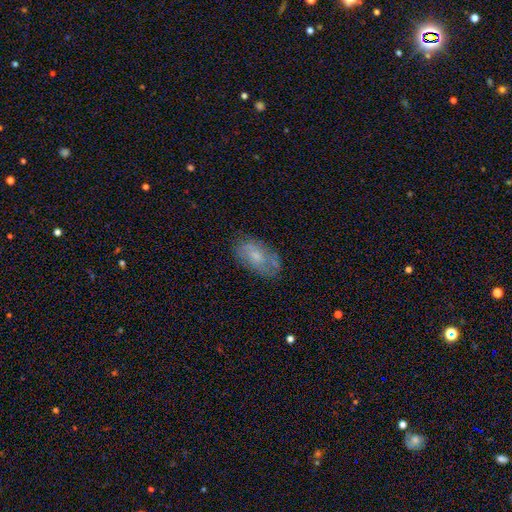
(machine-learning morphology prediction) The model was most divided on "smooth or featured": smooth: 51%, featured or disk: 41%, star or artifact: 8%. More confident: how rounded — in between (91%); merging — none (65%).